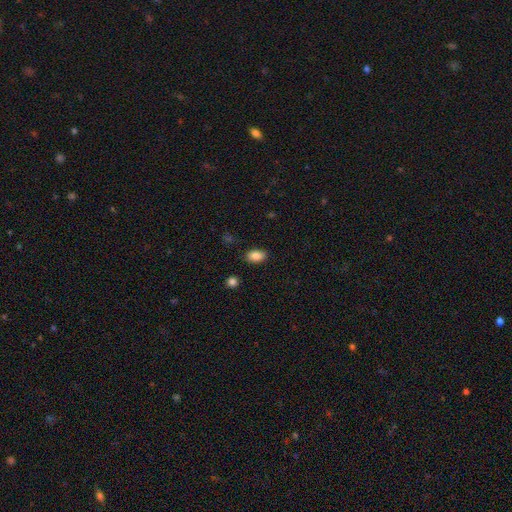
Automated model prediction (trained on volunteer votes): smooth-or-featured: smooth: 86% | star or artifact: 9% | featured or disk: 5%
  how-rounded: in between: 87% | round: 12% | cigar-shaped: 2%
  merging: none: 86% | minor disturbance: 10% | major disturbance: 3% | merger: 2%